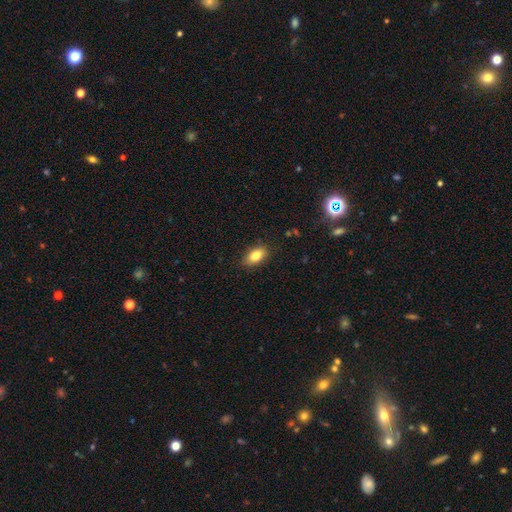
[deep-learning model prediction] Q: Smooth or featured?
A: smooth (82%); runner-up: featured or disk (10%)
Q: How rounded?
A: in between (88%); runner-up: round (6%)
Q: Merging?
A: none (85%); runner-up: minor disturbance (11%)